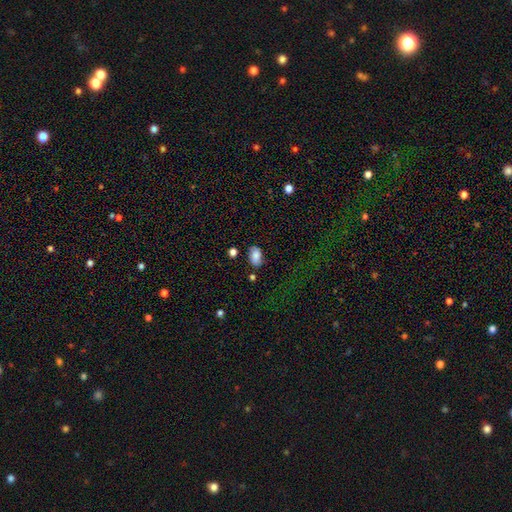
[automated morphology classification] Smooth or featured?
  - smooth: 80% *
  - featured or disk: 12%
  - star or artifact: 9%
How rounded?
  - in between: 90% *
  - round: 8%
  - cigar-shaped: 2%
Merging?
  - none: 74% *
  - minor disturbance: 19%
  - major disturbance: 4%
  - merger: 4%